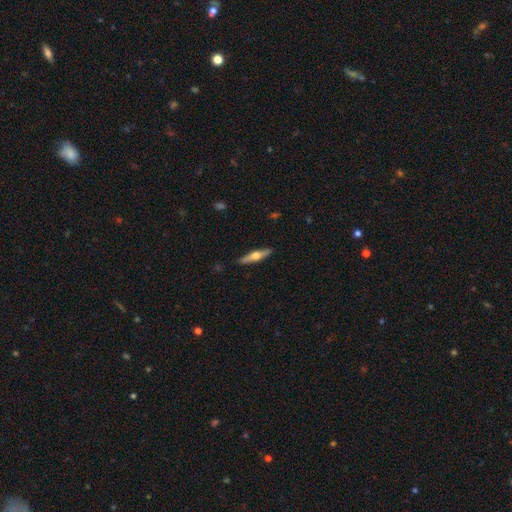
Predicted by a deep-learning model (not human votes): A featured or disk galaxy (61%) viewed edge-on (96%) with a rounded central bulge (95%). Merging: none (90%).